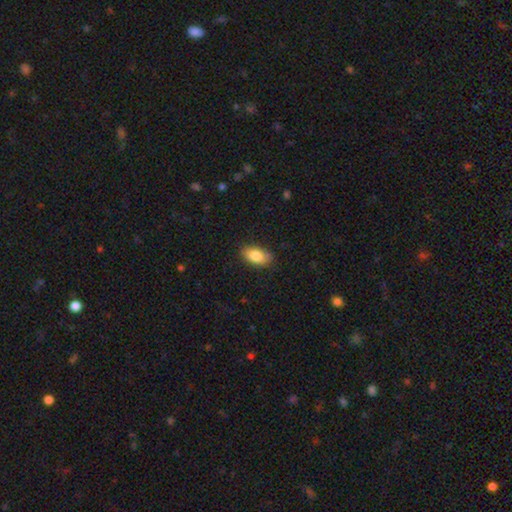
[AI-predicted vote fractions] smooth 84%, featured or disk 9%, star or artifact 7%. Down the decision tree: how rounded — in between (92%); merging — none (82%).